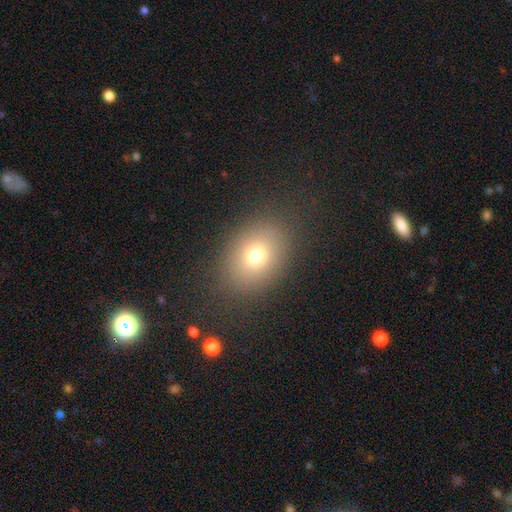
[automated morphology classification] The model was most divided on "how rounded": in between: 66%, round: 33%, cigar-shaped: 1%. More confident: merging — none (83%); smooth or featured — smooth (73%).